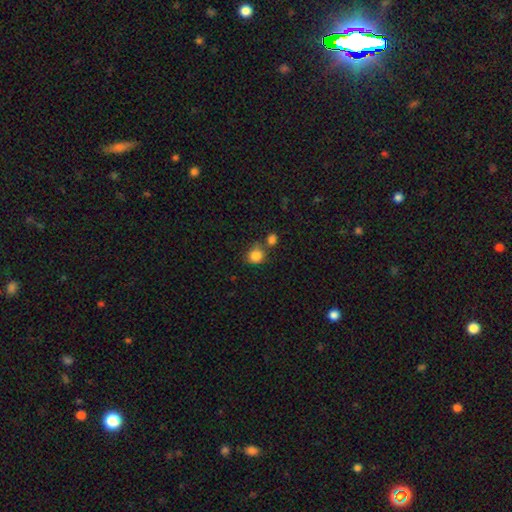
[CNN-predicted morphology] Smooth or featured: smooth — 85% (star or artifact — 10%)
How rounded: round — 81% (in between — 18%)
Merging: none — 61% (merger — 22%)